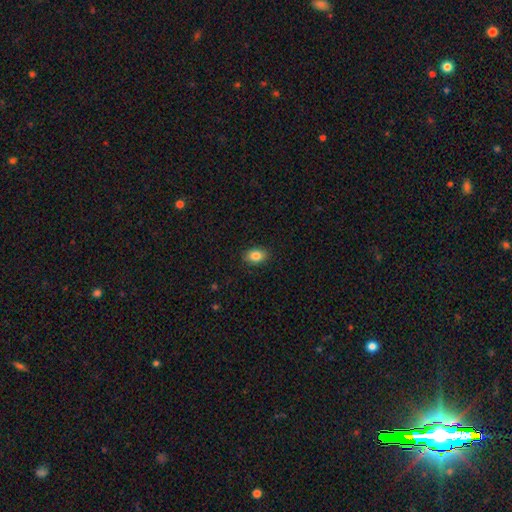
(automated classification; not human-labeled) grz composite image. It shows a smooth galaxy with no disk features (85%) that is in between round and cigar-shaped (81%). Merging: none (89%).